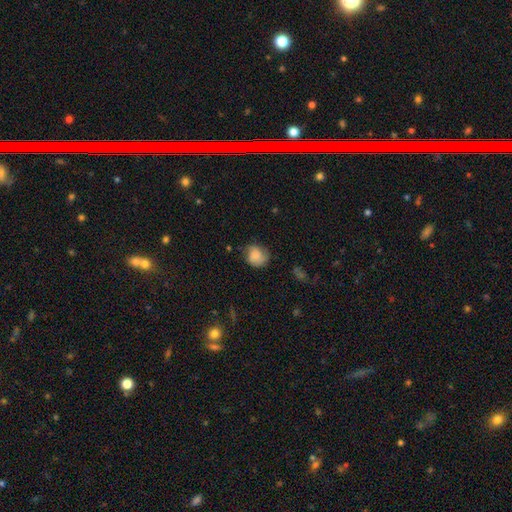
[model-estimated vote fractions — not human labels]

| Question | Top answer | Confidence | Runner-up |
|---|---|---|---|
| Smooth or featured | smooth | 68% | featured or disk (23%) |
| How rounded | round | 75% | in between (24%) |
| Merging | none | 61% | minor disturbance (27%) |